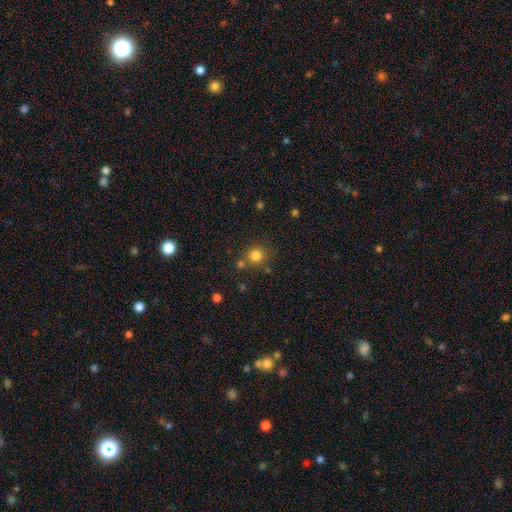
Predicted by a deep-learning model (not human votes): Smooth or featured?
  - smooth: 81% *
  - star or artifact: 13%
  - featured or disk: 6%
How rounded?
  - round: 91% *
  - in between: 8%
  - cigar-shaped: 1%
Merging?
  - none: 73% *
  - merger: 14%
  - minor disturbance: 9%
  - major disturbance: 3%